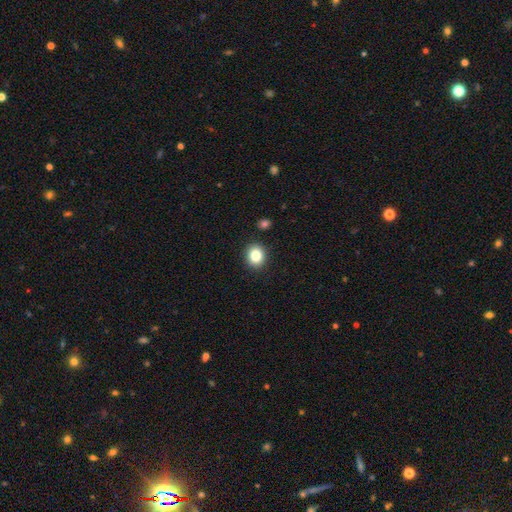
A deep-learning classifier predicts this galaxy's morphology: Smooth or featured? Predicted: smooth (p=0.84). How rounded? Predicted: round (p=0.75). Merging? Predicted: none (p=0.90).